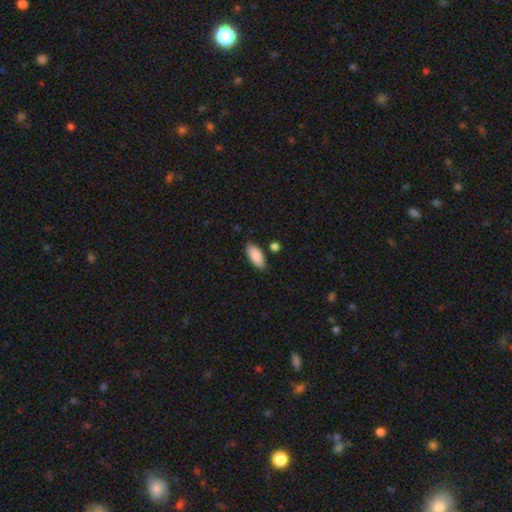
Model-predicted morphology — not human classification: Smooth or featured: smooth — 88% (star or artifact — 6%)
How rounded: in between — 83% (cigar-shaped — 15%)
Merging: none — 84% (minor disturbance — 10%)